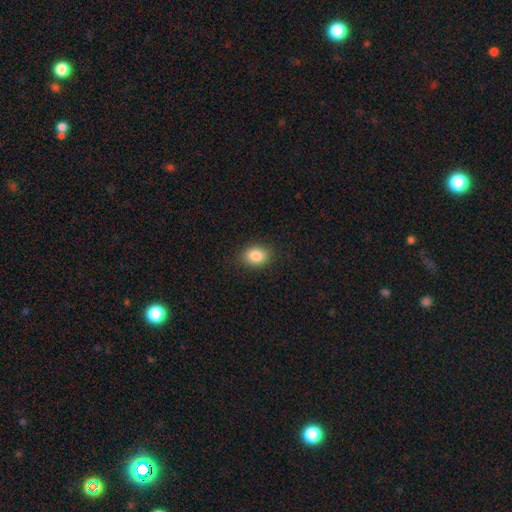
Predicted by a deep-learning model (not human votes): smooth 85%, star or artifact 9%, featured or disk 6%. Down the decision tree: how rounded — in between (60%); merging — none (87%).